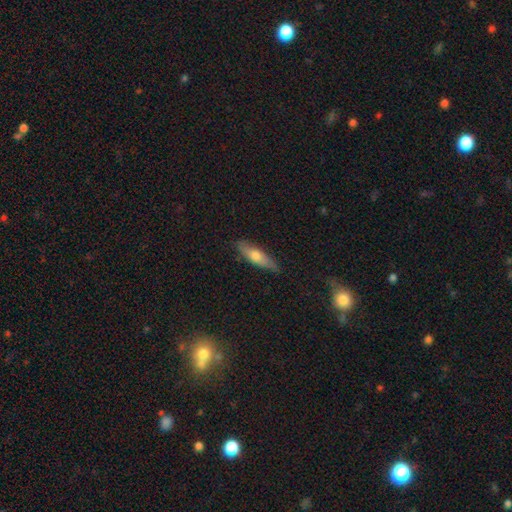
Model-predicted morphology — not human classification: Overall: smooth (60%; featured or disk 34%). How rounded: cigar-shaped (67%; in between 31%). Merging: none (82%).